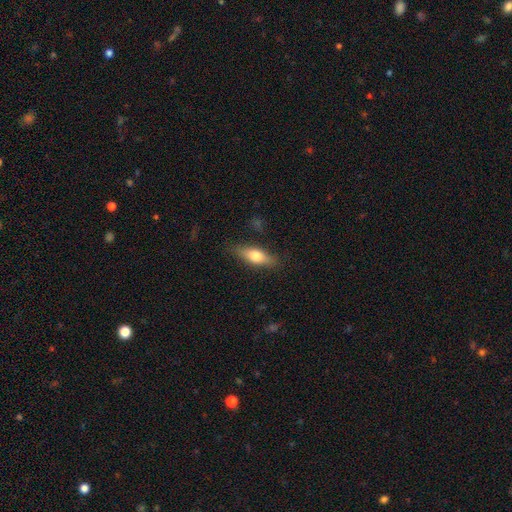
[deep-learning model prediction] Smooth or featured: smooth — 64% (featured or disk — 29%)
How rounded: in between — 56% (cigar-shaped — 40%)
Merging: none — 82% (minor disturbance — 13%)